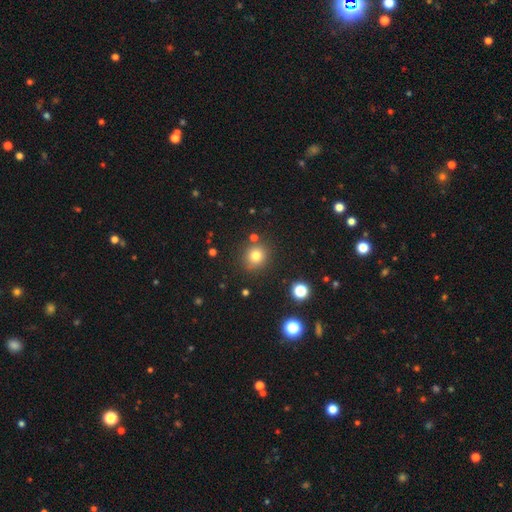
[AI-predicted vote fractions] Smooth or featured?
  - smooth: 78% *
  - star or artifact: 14%
  - featured or disk: 7%
How rounded?
  - round: 86% *
  - in between: 13%
  - cigar-shaped: 1%
Merging?
  - none: 82% *
  - minor disturbance: 9%
  - merger: 6%
  - major disturbance: 3%